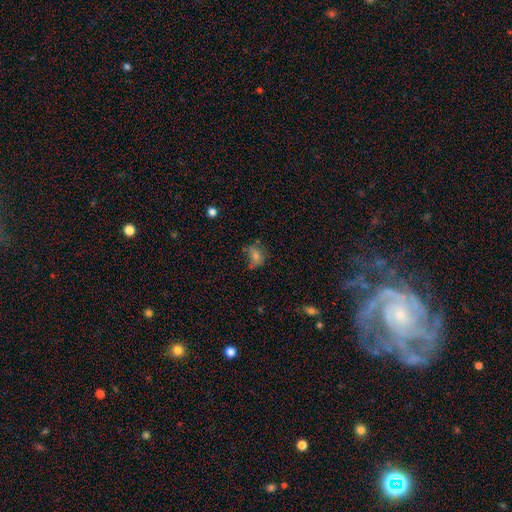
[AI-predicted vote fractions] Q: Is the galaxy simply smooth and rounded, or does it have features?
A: smooth — 55%.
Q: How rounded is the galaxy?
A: round — 51%.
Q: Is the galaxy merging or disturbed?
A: none — 49%.